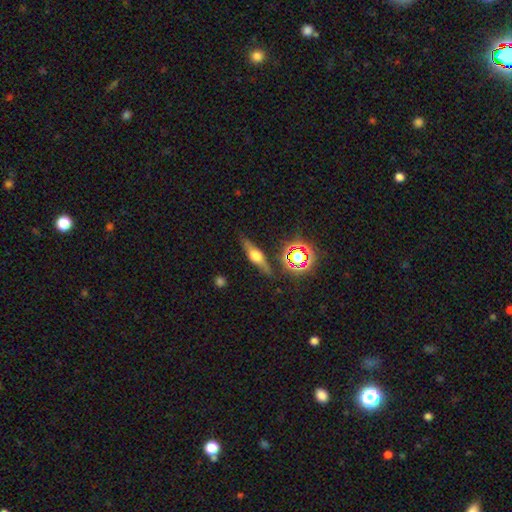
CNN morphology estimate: Smooth or featured?
  - featured or disk: 59% *
  - smooth: 30%
  - star or artifact: 12%
Edge-on disk?
  - yes: 92% *
  - no: 8%
Edge-on bulge?
  - rounded: 92% *
  - boxy: 6%
  - none: 2%
Merging?
  - none: 83% *
  - minor disturbance: 12%
  - major disturbance: 3%
  - merger: 2%